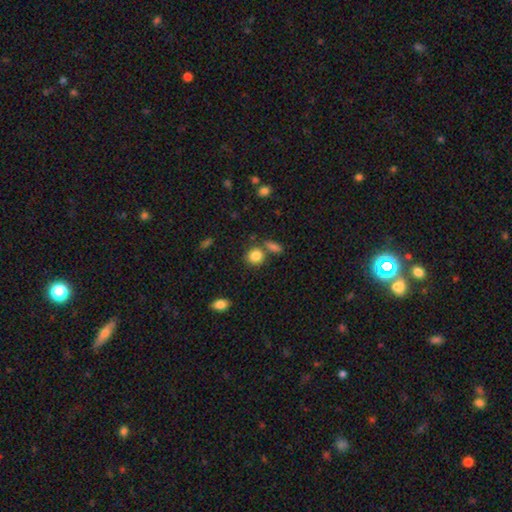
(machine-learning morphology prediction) Smooth or featured? smooth (85%)
How rounded? round (77%)
Merging? none (68%)